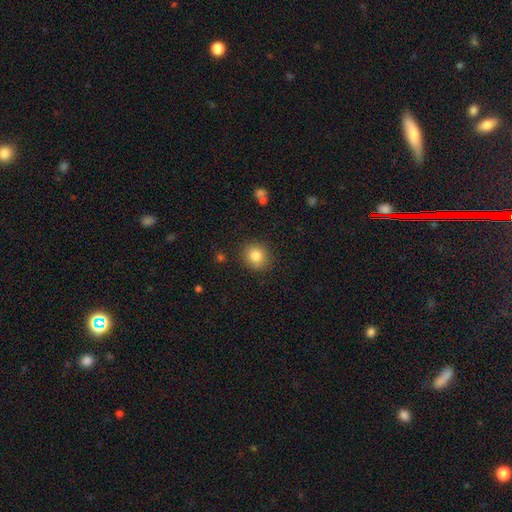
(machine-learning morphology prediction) This is clearly a smooth galaxy (83%). How rounded: likely round (80%). Merging: clearly none (87%).